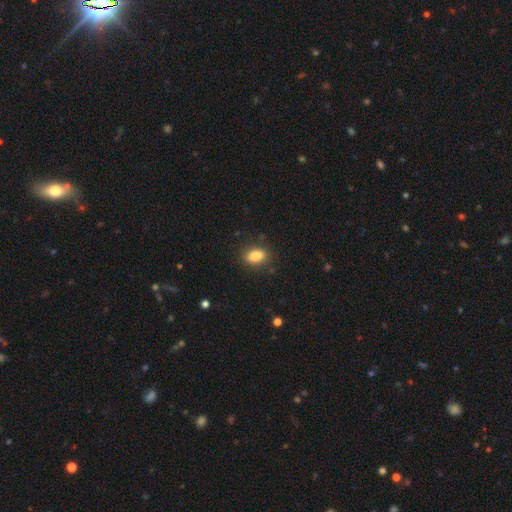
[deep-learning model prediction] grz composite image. It shows a smooth galaxy with no disk features (88%) that is in between round and cigar-shaped (87%). Merging: none (85%).